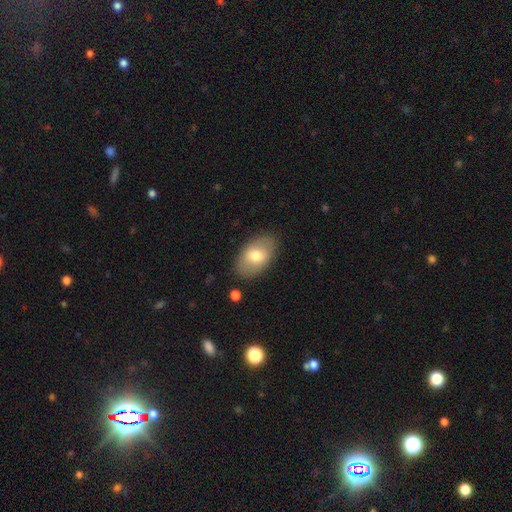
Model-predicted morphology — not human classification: smooth 71%, featured or disk 23%, star or artifact 7%. Down the decision tree: how rounded — in between (91%); merging — none (84%).